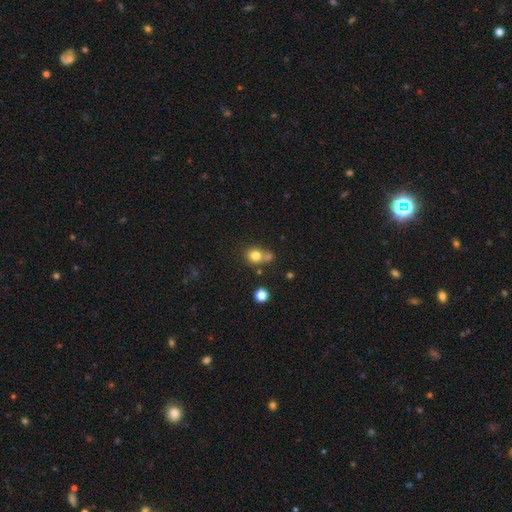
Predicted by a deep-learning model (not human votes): Overall: smooth (78%). How rounded: round (74%). Merging: none (49%; merger 29%).